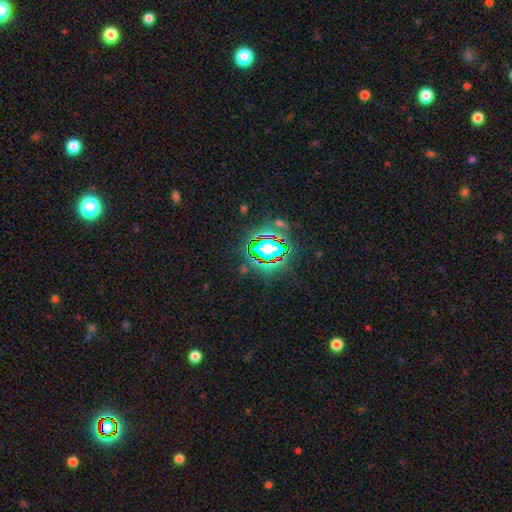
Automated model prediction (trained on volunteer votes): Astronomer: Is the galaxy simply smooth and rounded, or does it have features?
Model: star or artifact — 81%.